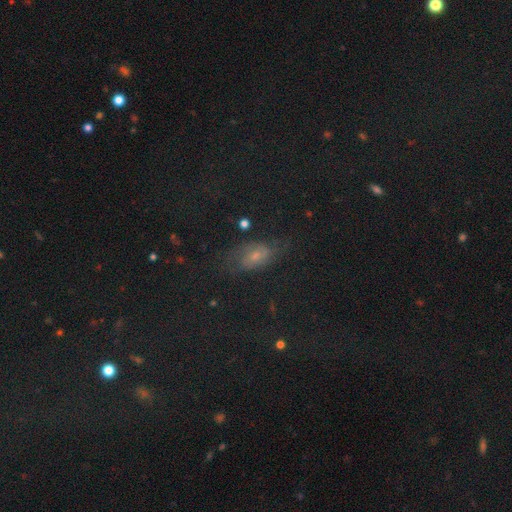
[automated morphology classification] Smooth or featured? smooth (38%)
Merging? none (66%)